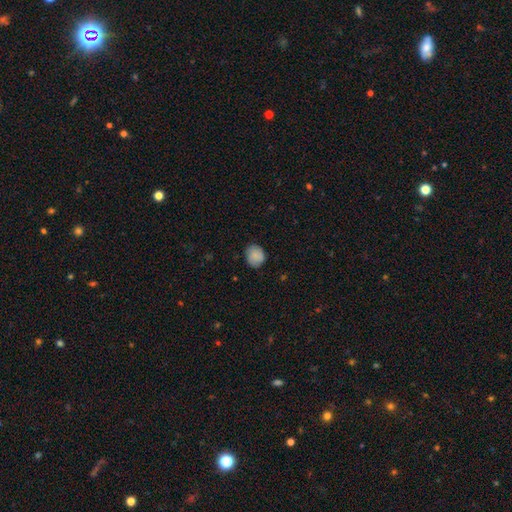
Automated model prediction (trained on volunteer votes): Q: Smooth or featured?
A: smooth (85%); runner-up: featured or disk (8%)
Q: How rounded?
A: round (70%); runner-up: in between (29%)
Q: Merging?
A: none (79%); runner-up: minor disturbance (17%)